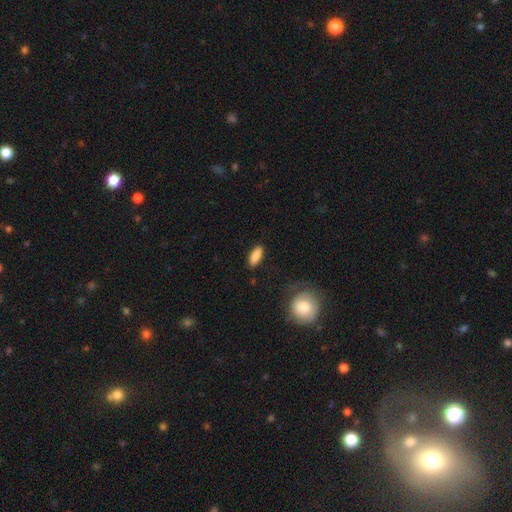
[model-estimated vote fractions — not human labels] Morphology: type=smooth (87%); roundness=in between (75%); merging=none (86%).